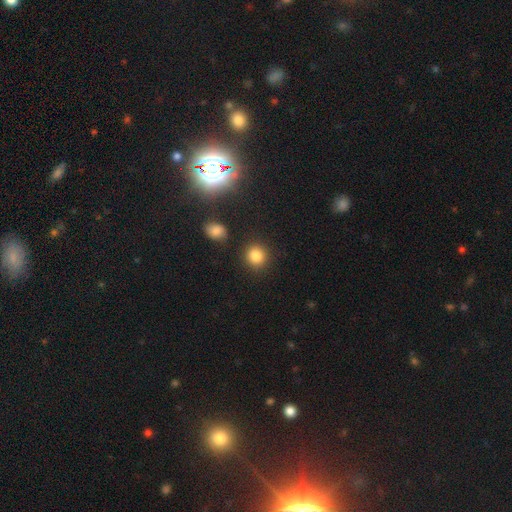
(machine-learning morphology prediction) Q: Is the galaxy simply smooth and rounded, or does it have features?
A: smooth — 83%.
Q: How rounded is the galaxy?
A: round — 88%.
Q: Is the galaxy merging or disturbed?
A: none — 88%.